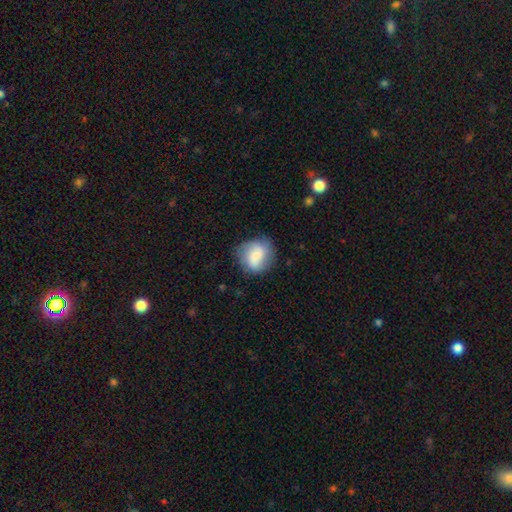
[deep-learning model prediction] The model was most divided on "smooth or featured": smooth: 62%, featured or disk: 30%, star or artifact: 8%. More confident: how rounded — round (74%); merging — none (67%).